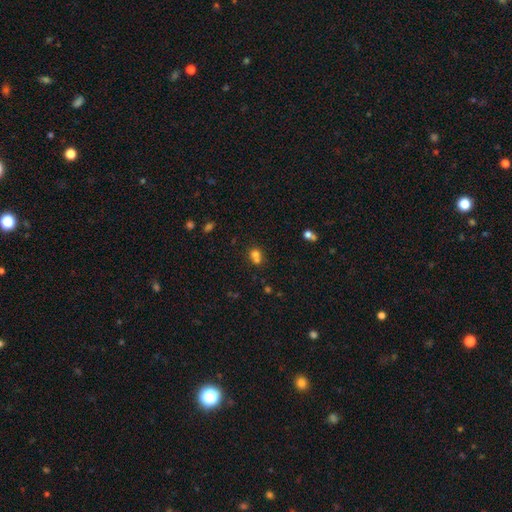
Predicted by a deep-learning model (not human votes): Morphology: type=smooth (71%); roundness=round (72%); merging=merger (55%).